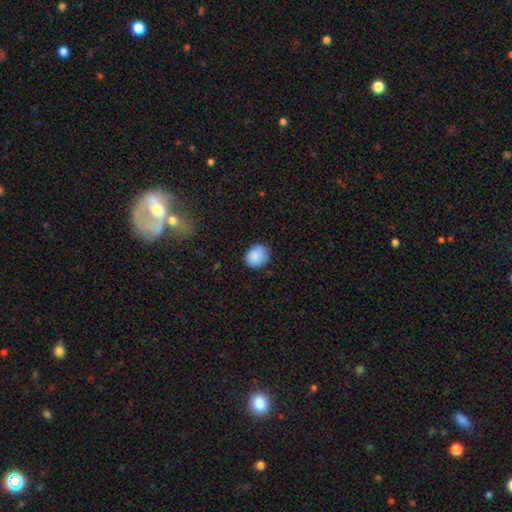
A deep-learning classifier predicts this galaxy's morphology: A smooth galaxy with no disk features (88%) that is round (67%).

Vote fractions:
- Smooth or featured? smooth: 88% / star or artifact: 8% / featured or disk: 5%
- How rounded? round: 67% / in between: 32% / cigar-shaped: 1%
- Merging? none: 78% / minor disturbance: 18% / major disturbance: 3% / merger: 1%